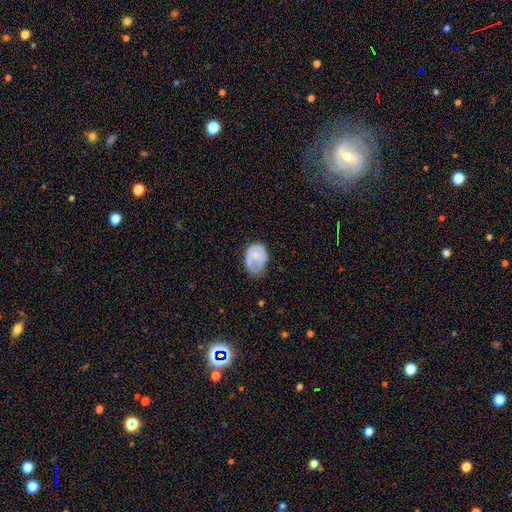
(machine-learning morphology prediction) A smooth galaxy with no disk features (60%) that is in between round and cigar-shaped (72%). Merging: minor disturbance (39%).